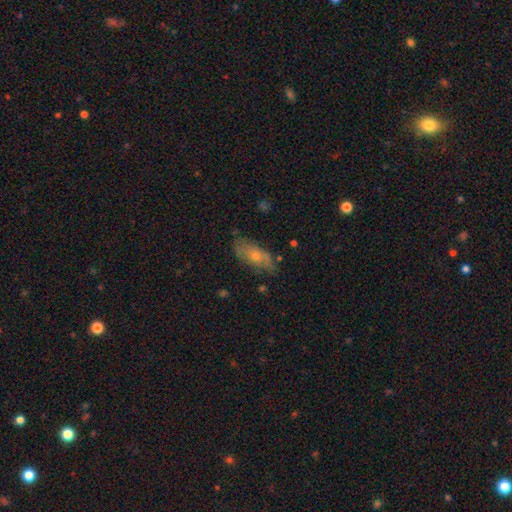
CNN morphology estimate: This is possibly a smooth galaxy (46%). Merging: likely none (75%).